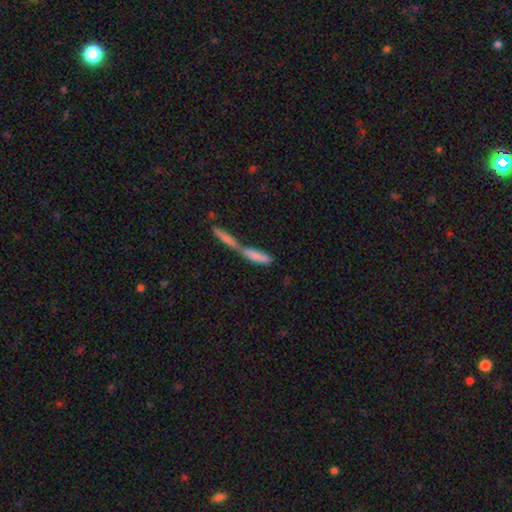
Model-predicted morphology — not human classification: Smooth or featured: smooth — 73% (featured or disk — 19%)
How rounded: cigar-shaped — 73% (in between — 25%)
Merging: merger — 72% (none — 17%)